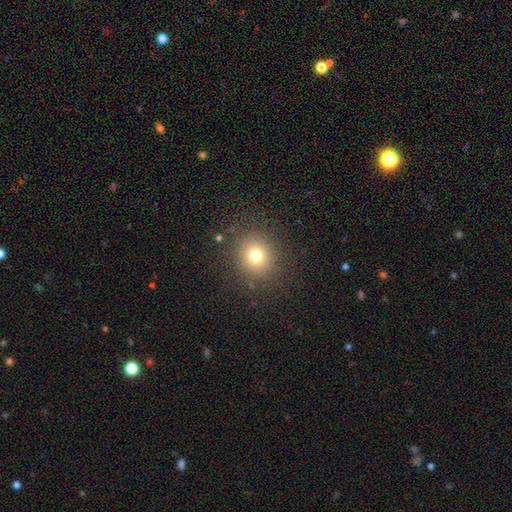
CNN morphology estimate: This is likely a smooth galaxy (76%). How rounded: clearly round (84%). Merging: clearly none (87%).